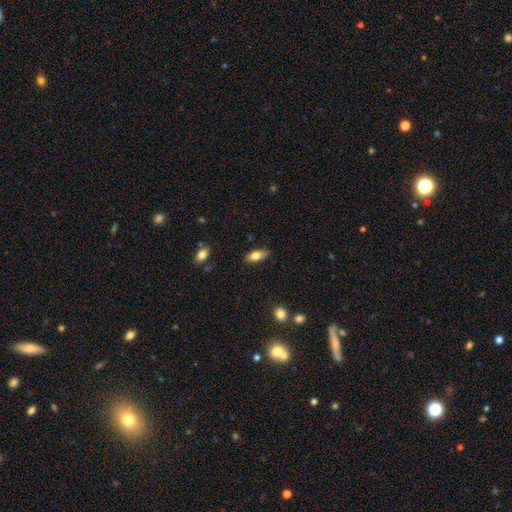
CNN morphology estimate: This is likely a smooth galaxy (76%). How rounded: clearly in between (81%). Merging: clearly none (85%).